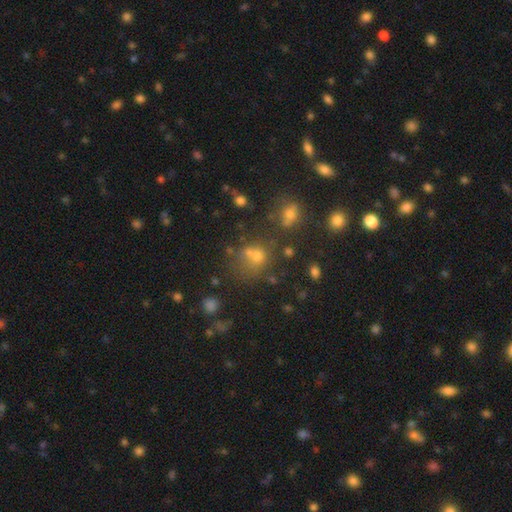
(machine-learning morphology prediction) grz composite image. It shows a smooth galaxy with no disk features (60%) that is round (70%). Merging: none (46%).